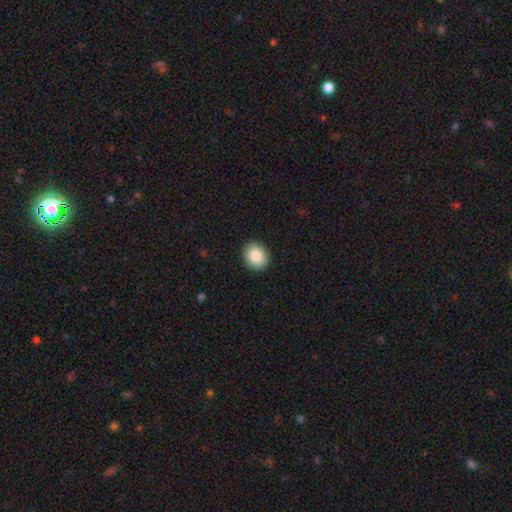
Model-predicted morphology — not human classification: A smooth galaxy with no disk features (87%) that is round (68%). Merging: none (91%).